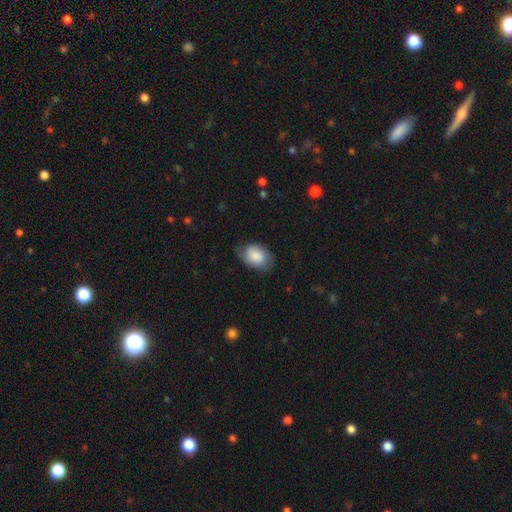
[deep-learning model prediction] The model was most divided on "merging": none: 68%, minor disturbance: 25%, major disturbance: 6%, merger: 1%. More confident: how rounded — in between (84%); smooth or featured — smooth (82%).